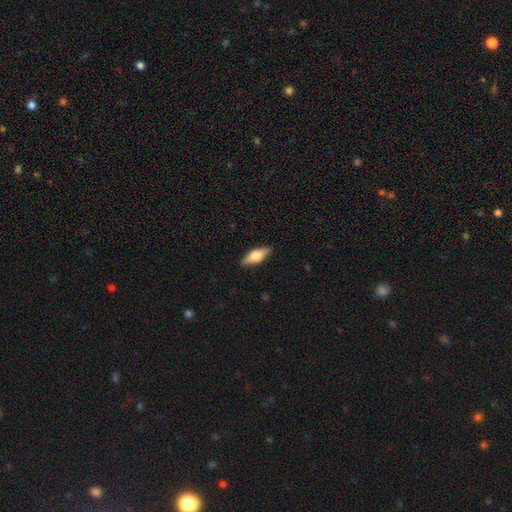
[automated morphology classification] smooth_or_featured: smooth (p=0.53) [alt: featured or disk p=0.41]
how_rounded: in between (p=0.65) [alt: cigar-shaped p=0.32]
merging: none (p=0.89) [alt: minor disturbance p=0.09]